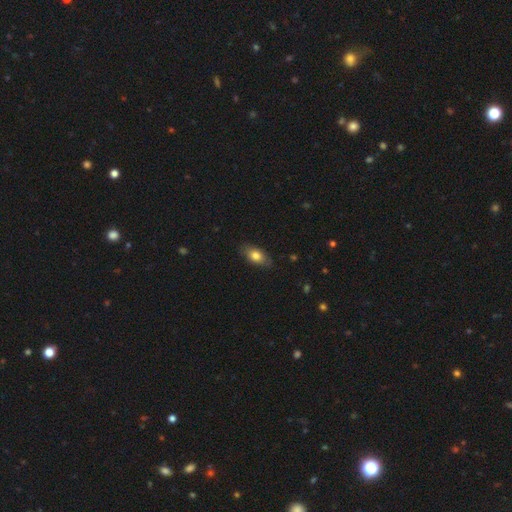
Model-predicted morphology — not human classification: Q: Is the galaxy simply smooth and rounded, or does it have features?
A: smooth — 79%.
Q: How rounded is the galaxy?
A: in between — 87%.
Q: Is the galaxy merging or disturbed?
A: none — 82%.